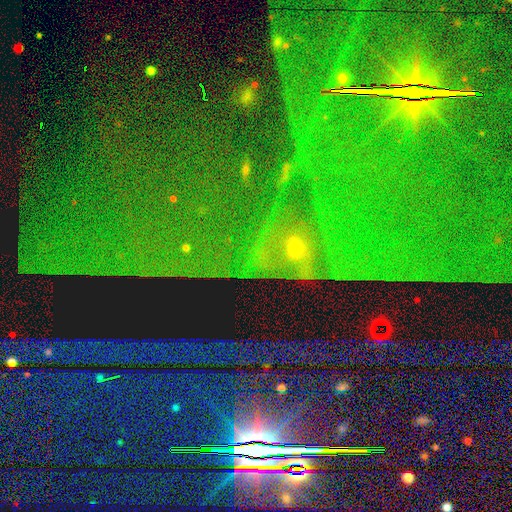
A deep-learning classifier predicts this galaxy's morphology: type=star or artifact (82%).